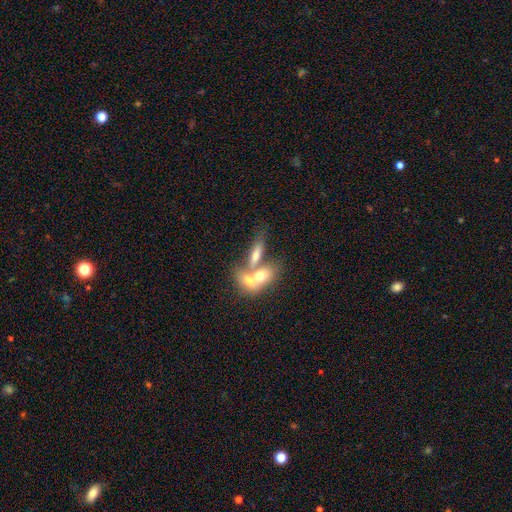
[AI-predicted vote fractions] A smooth galaxy with no disk features (62%) that is in between round and cigar-shaped (68%).

Vote fractions:
- Smooth or featured? smooth: 62% / featured or disk: 29% / star or artifact: 9%
- How rounded? in between: 68% / cigar-shaped: 22% / round: 11%
- Merging? merger: 64% / none: 24% / minor disturbance: 7% / major disturbance: 5%